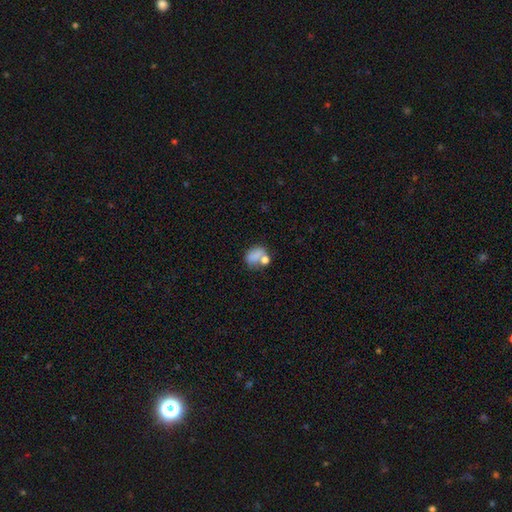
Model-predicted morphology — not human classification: Smooth or featured?
  - smooth: 73% *
  - featured or disk: 16%
  - star or artifact: 11%
How rounded?
  - in between: 60% *
  - round: 38%
  - cigar-shaped: 2%
Merging?
  - none: 40% *
  - merger: 32%
  - minor disturbance: 18%
  - major disturbance: 11%